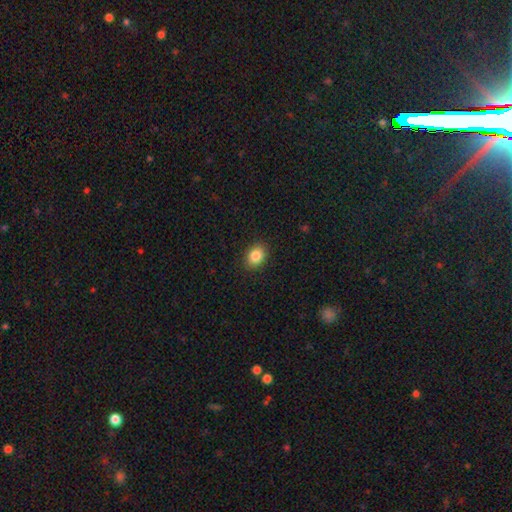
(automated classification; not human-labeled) Overall: smooth (86%). How rounded: in between (61%; round 38%). Merging: none (89%).